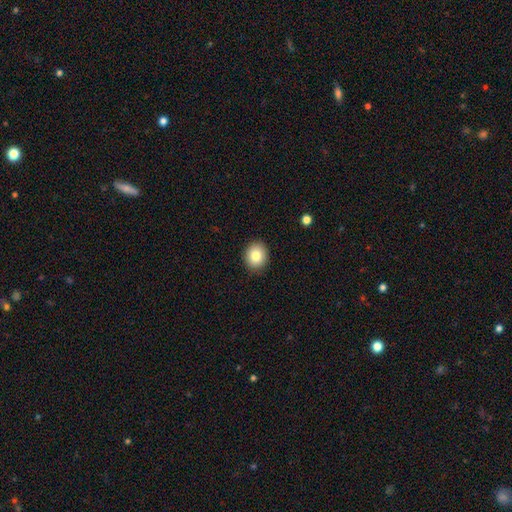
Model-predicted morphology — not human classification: A smooth galaxy with no disk features (82%) that is round (75%).

Vote fractions:
- Smooth or featured? smooth: 82% / star or artifact: 9% / featured or disk: 9%
- How rounded? round: 75% / in between: 24% / cigar-shaped: 1%
- Merging? none: 90% / minor disturbance: 7% / major disturbance: 2% / merger: 1%